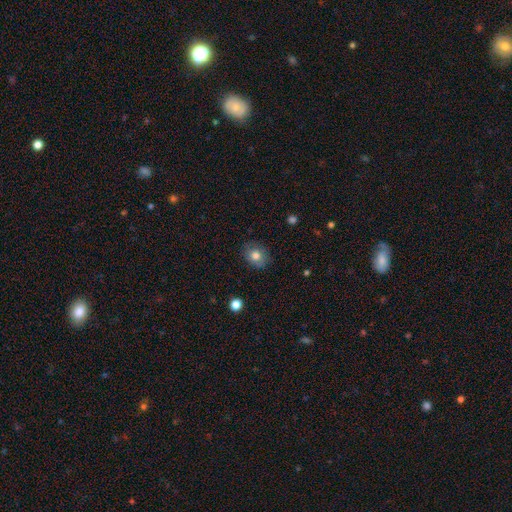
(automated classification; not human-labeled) Morphology: type=smooth (79%); roundness=in between (51%); merging=none (84%).